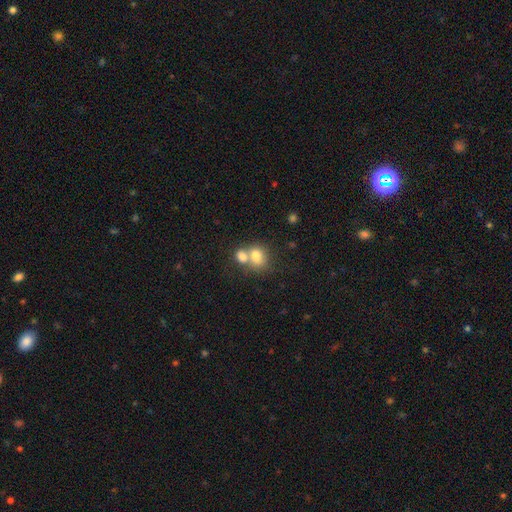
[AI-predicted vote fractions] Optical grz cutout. It shows a smooth galaxy with no disk features (77%) that is in between round and cigar-shaped (52%). Merging: merger (61%).